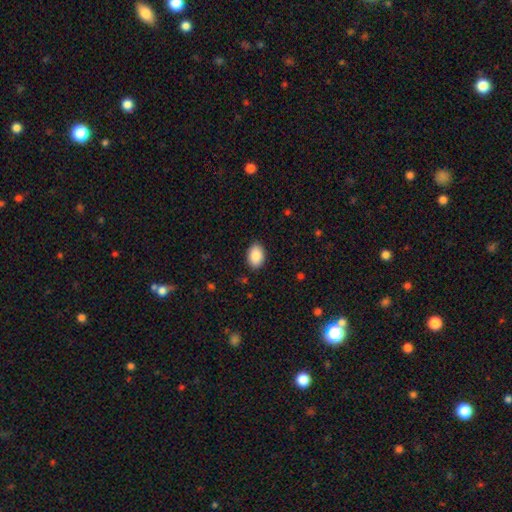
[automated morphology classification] smooth-or-featured: smooth: 88% | star or artifact: 7% | featured or disk: 5%
  how-rounded: in between: 88% | round: 11% | cigar-shaped: 1%
  merging: none: 87% | minor disturbance: 9% | major disturbance: 2% | merger: 1%